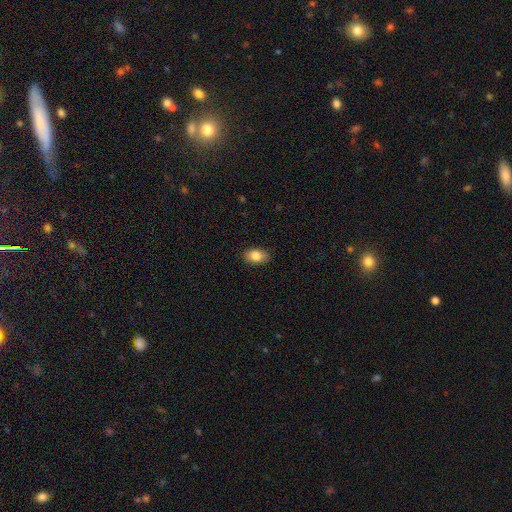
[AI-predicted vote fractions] Smooth or featured? Predicted: smooth (p=0.83). How rounded? Predicted: in between (p=0.86). Merging? Predicted: none (p=0.87).